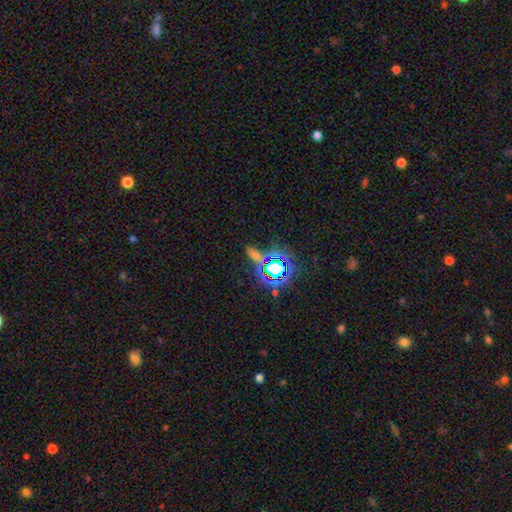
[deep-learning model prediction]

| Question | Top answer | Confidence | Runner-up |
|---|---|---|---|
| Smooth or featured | star or artifact | 61% | smooth (28%) |